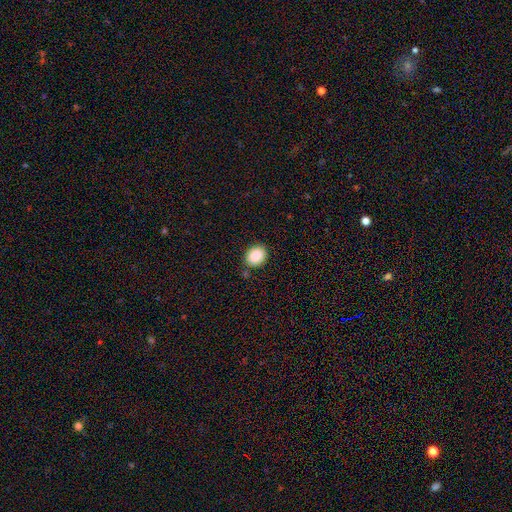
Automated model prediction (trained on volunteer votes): Smooth or featured? Predicted: smooth (p=0.87). How rounded? Predicted: round (p=0.58). Merging? Predicted: none (p=0.85).